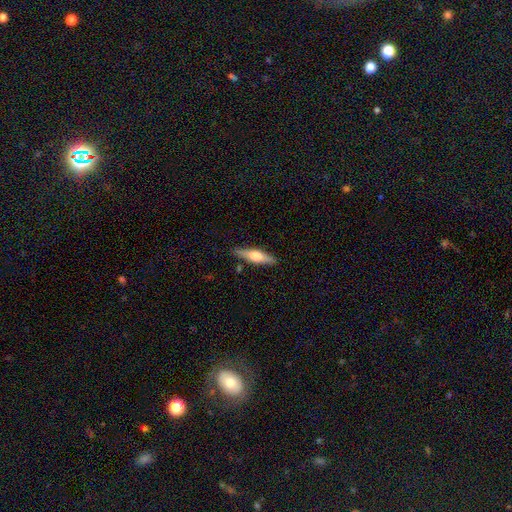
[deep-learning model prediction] smooth-or-featured: featured or disk: 54% | smooth: 40% | star or artifact: 6%
  disk-edge-on: yes: 94% | no: 6%
    edge-on-bulge: rounded: 88% | boxy: 9% | none: 3%
  merging: none: 85% | minor disturbance: 11% | major disturbance: 2% | merger: 2%